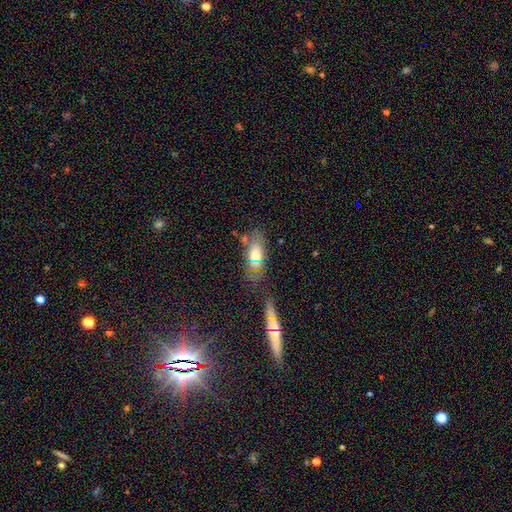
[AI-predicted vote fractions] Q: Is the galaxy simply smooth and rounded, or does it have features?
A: smooth — 60%.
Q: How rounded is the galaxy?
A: in between — 79%.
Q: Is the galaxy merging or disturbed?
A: none — 67%.